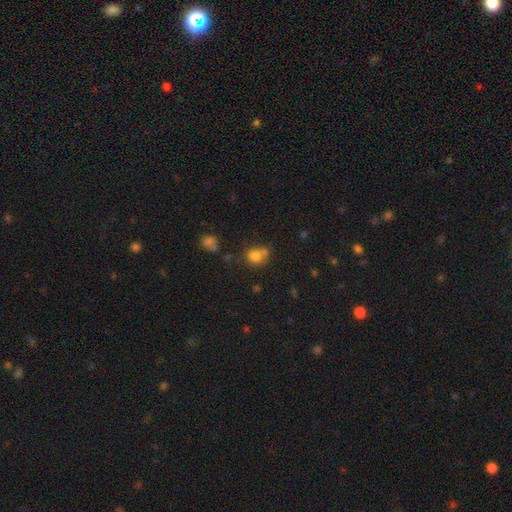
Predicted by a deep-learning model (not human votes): A smooth galaxy with no disk features (78%) that is round (79%).

Vote fractions:
- Smooth or featured? smooth: 78% / star or artifact: 13% / featured or disk: 9%
- How rounded? round: 79% / in between: 20% / cigar-shaped: 1%
- Merging? none: 52% / merger: 31% / minor disturbance: 12% / major disturbance: 5%